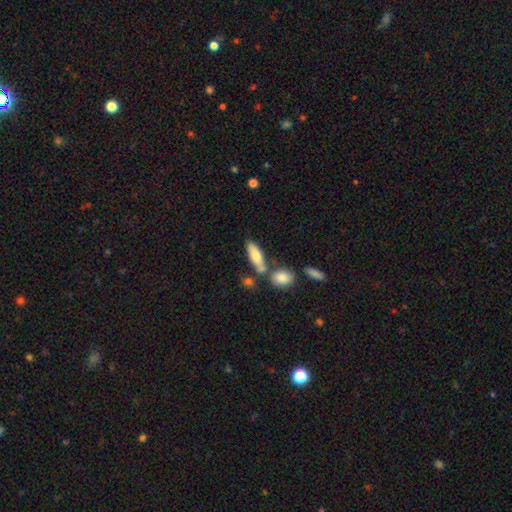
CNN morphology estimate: This appears to be a smooth galaxy with no disk features (76%) that is in between round and cigar-shaped (57%). Merging: none (60%).